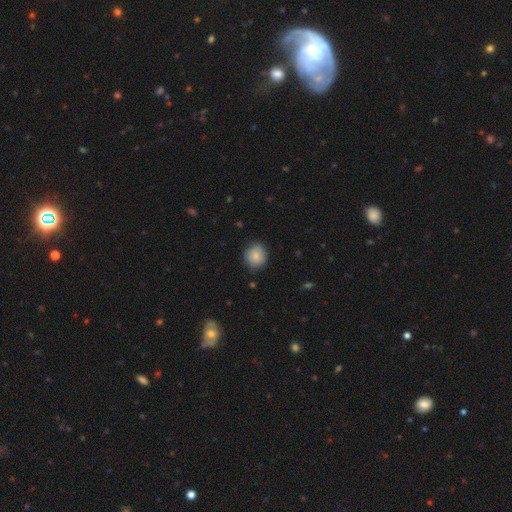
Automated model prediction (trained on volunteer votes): Smooth or featured?
  - smooth: 86% *
  - star or artifact: 7%
  - featured or disk: 6%
How rounded?
  - round: 84% *
  - in between: 15%
  - cigar-shaped: 1%
Merging?
  - none: 83% *
  - minor disturbance: 13%
  - major disturbance: 3%
  - merger: 1%